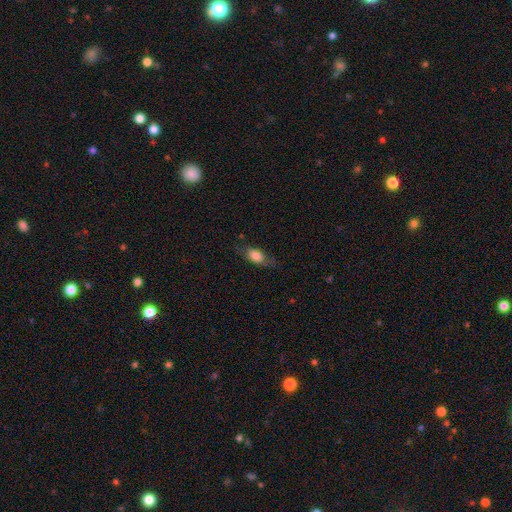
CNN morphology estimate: type=smooth (75%); roundness=in between (78%); merging=none (66%).